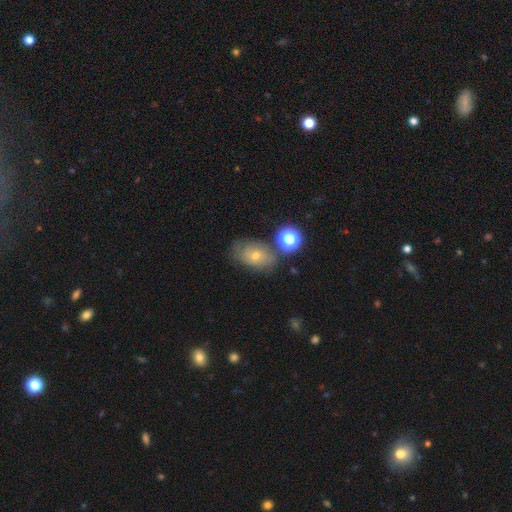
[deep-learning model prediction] This appears to be a smooth galaxy with no disk features (45%). Merging: none (69%).